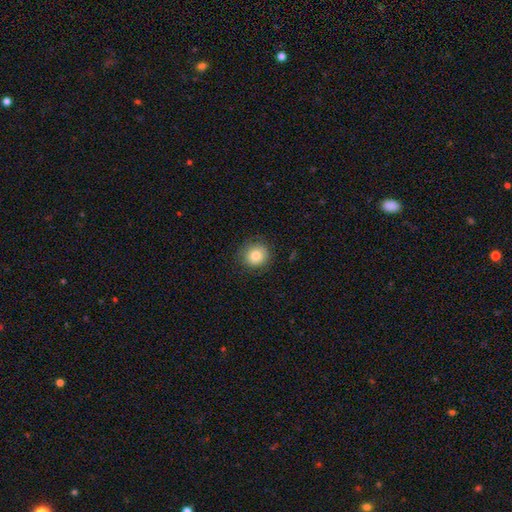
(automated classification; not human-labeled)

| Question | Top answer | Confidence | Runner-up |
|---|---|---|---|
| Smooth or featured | smooth | 82% | star or artifact (10%) |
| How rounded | round | 90% | in between (10%) |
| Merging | none | 84% | minor disturbance (12%) |